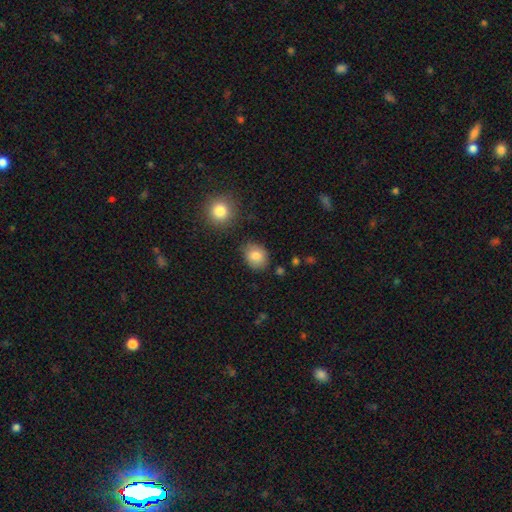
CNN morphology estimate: smooth_or_featured: smooth (p=0.83) [alt: star or artifact p=0.09]
how_rounded: round (p=0.55) [alt: in between p=0.44]
merging: none (p=0.79) [alt: minor disturbance p=0.14]